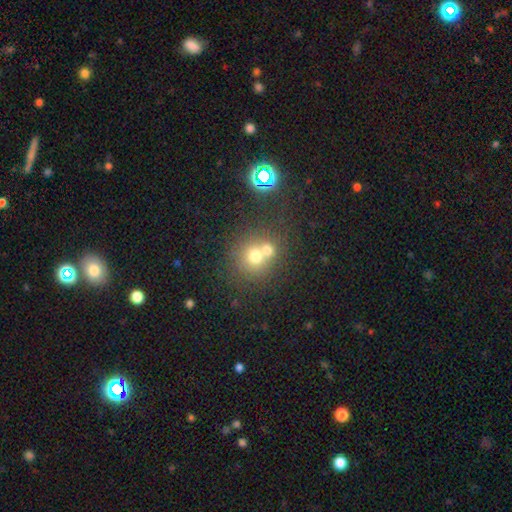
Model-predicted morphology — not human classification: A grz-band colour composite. It shows a smooth galaxy with no disk features (67%) that is round (85%). Merging: merger (54%).